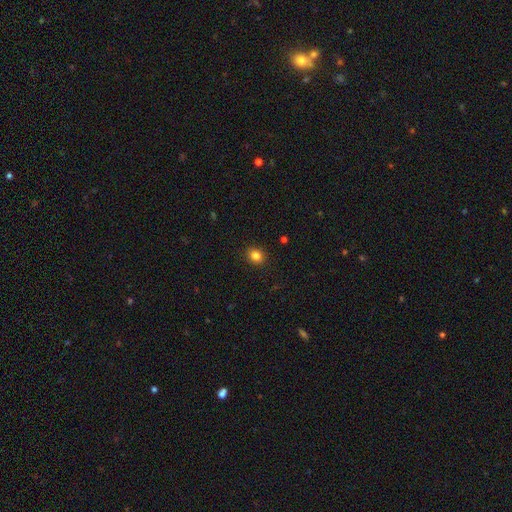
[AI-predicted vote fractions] smooth-or-featured: smooth: 84% | star or artifact: 11% | featured or disk: 5%
  how-rounded: round: 64% | in between: 35% | cigar-shaped: 1%
  merging: none: 91% | minor disturbance: 7% | major disturbance: 2% | merger: 1%